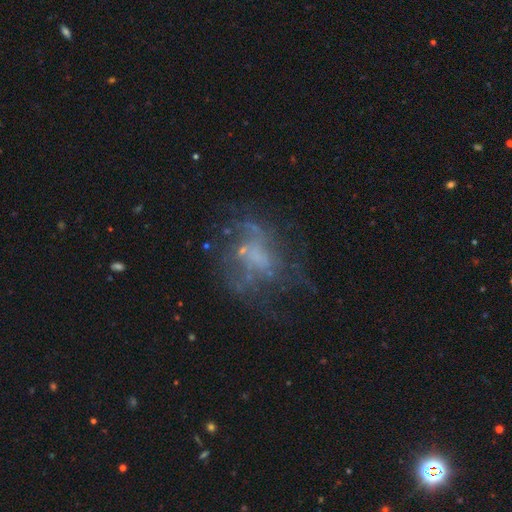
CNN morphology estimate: A featured or disk galaxy (62%) with no bar (79%), no spiral arms (60%) and no central bulge (60%).

Vote fractions:
- Smooth or featured? featured or disk: 62% / smooth: 19% / star or artifact: 19%
- Edge-on disk? no: 97% / yes: 3%
- Bar? no: 79% / weak: 18% / strong: 4%
- Spiral arms? no: 60% / yes: 40%
- Bulge size? none: 60% / small: 22% / moderate: 13% / large: 3% / dominant: 1%
- Merging? none: 51% / major disturbance: 27% / minor disturbance: 17% / merger: 4%